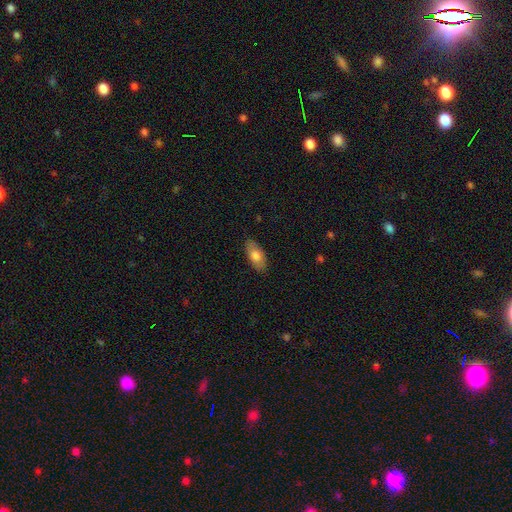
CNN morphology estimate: smooth-or-featured: smooth: 75% | featured or disk: 19% | star or artifact: 6%
  how-rounded: in between: 91% | cigar-shaped: 6% | round: 3%
  merging: none: 85% | minor disturbance: 11% | major disturbance: 2% | merger: 1%